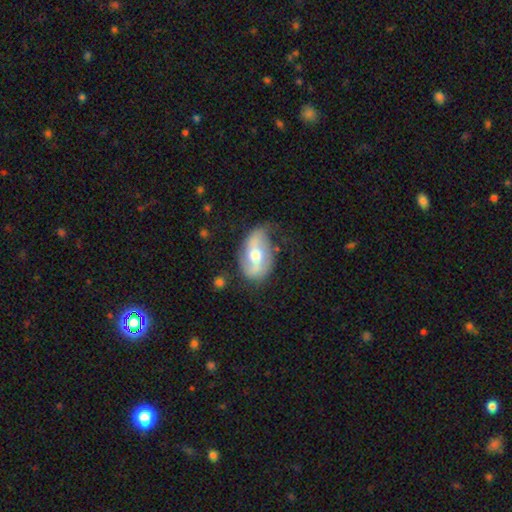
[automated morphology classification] A featured or disk galaxy (71%) with a weak bar (36%), 2 (86%) loose (63%) spiral arms (80%) and a moderate central bulge (73%).

Vote fractions:
- Smooth or featured? featured or disk: 71% / smooth: 23% / star or artifact: 6%
- Edge-on disk? no: 93% / yes: 7%
- Bar? weak: 36% / no: 33% / strong: 31%
- Spiral arms? yes: 80% / no: 20%
- Spiral winding? loose: 63% / medium: 26% / tight: 11%
- Spiral arm count? 2: 86% / can't tell: 7% / 1: 4% / 3: 1% / 4: 1% / more than 4: 1%
- Bulge size? moderate: 73% / small: 19% / large: 6% / dominant: 1% / none: 1%
- Merging? none: 60% / minor disturbance: 28% / major disturbance: 10% / merger: 2%